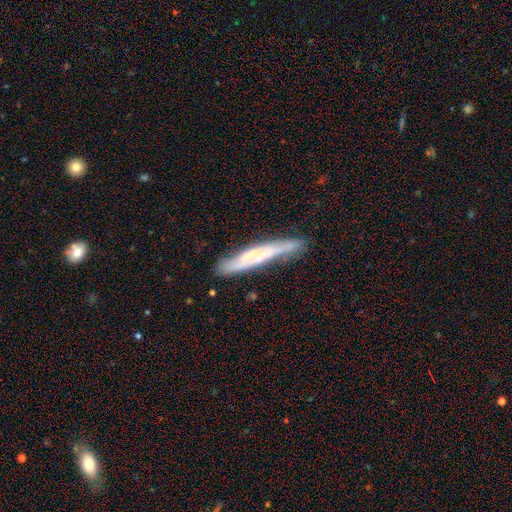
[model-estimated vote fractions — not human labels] smooth_or_featured: featured or disk (p=0.54) [alt: smooth p=0.39]
disk_edge_on: yes (p=0.77) [alt: no p=0.23]
merging: none (p=0.74) [alt: minor disturbance p=0.19]